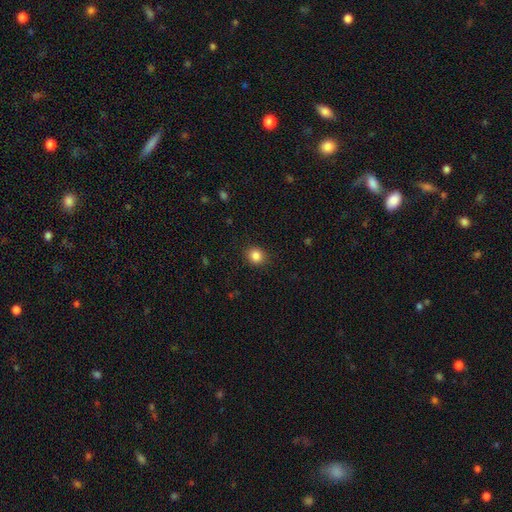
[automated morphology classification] Smooth or featured: smooth — 86% (star or artifact — 10%)
How rounded: round — 75% (in between — 24%)
Merging: none — 89% (minor disturbance — 8%)